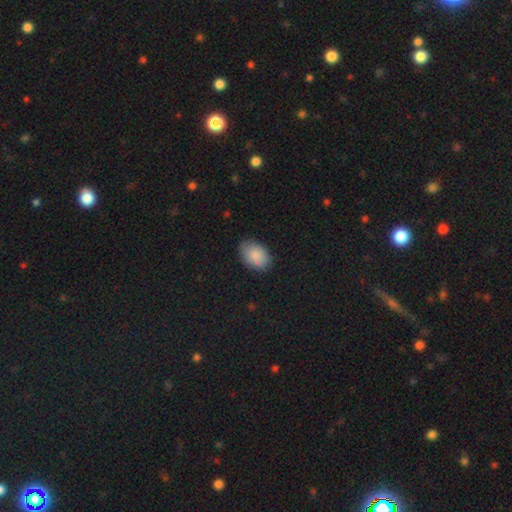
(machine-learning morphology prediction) Smooth or featured? smooth (87%)
How rounded? in between (88%)
Merging? none (81%)